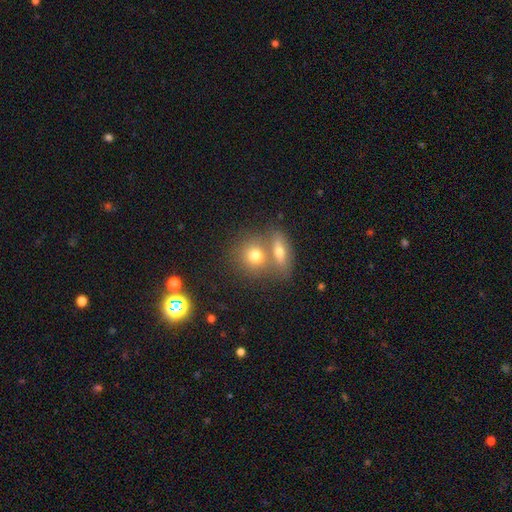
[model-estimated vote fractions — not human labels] Smooth or featured? smooth (70%)
How rounded? round (69%)
Merging? merger (45%)